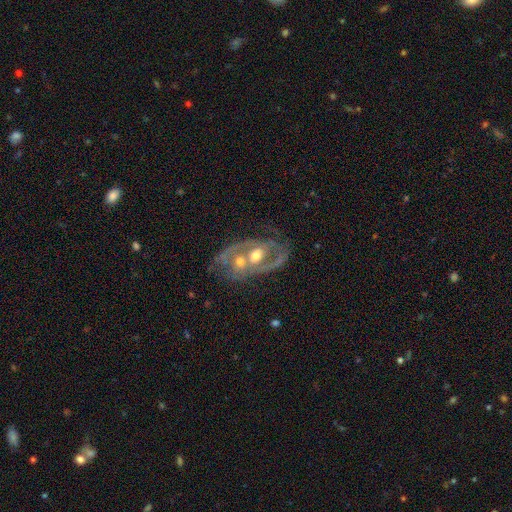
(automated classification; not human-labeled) smooth-or-featured: featured or disk: 79% | smooth: 14% | star or artifact: 7%
  disk-edge-on: no: 95% | yes: 5%
    bar: no: 58% | weak: 28% | strong: 13%
    has-spiral-arms: yes: 71% | no: 29%
      spiral-winding: medium: 45% | tight: 34% | loose: 21%
      spiral-arm-count: 2: 67% | can't tell: 17% | 1: 9% | 3: 4% | 4: 2% | more than 4: 2%
    bulge-size: moderate: 73% | small: 18% | large: 6% | none: 2% | dominant: 1%
  merging: merger: 41% | none: 34% | minor disturbance: 14% | major disturbance: 10%